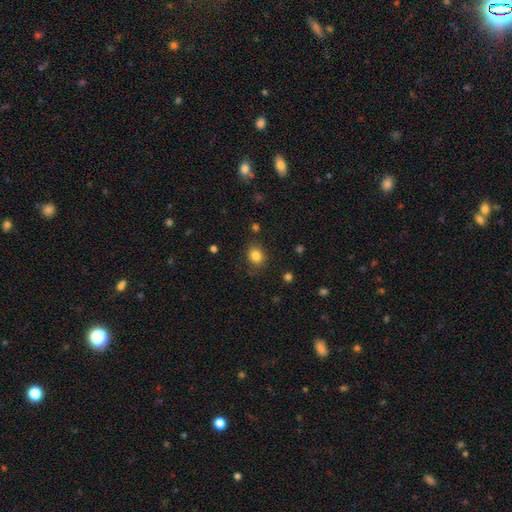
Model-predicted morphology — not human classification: Q: Smooth or featured?
A: smooth (83%); runner-up: star or artifact (11%)
Q: How rounded?
A: round (56%); runner-up: in between (43%)
Q: Merging?
A: none (80%); runner-up: minor disturbance (14%)